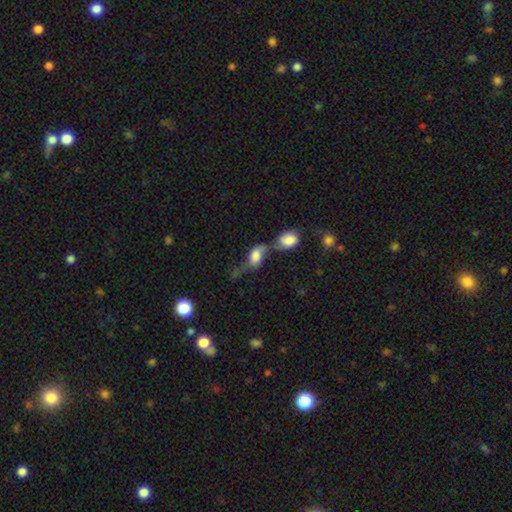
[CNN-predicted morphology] Smooth or featured: smooth — 61% (featured or disk — 29%)
How rounded: in between — 77% (round — 17%)
Merging: merger — 55% (none — 18%)